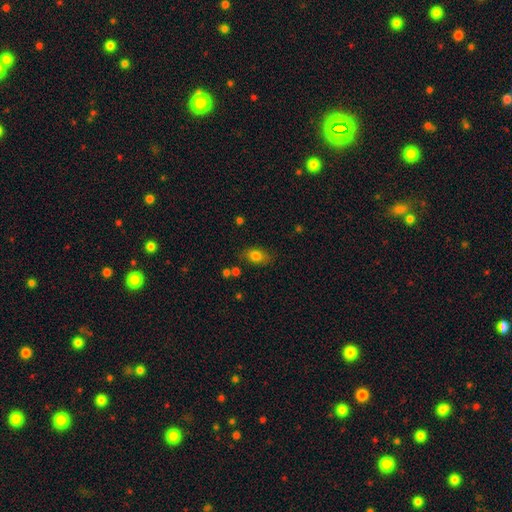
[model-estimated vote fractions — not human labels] This appears to be a smooth galaxy with no disk features (80%) that is in between round and cigar-shaped (80%). Merging: none (77%).